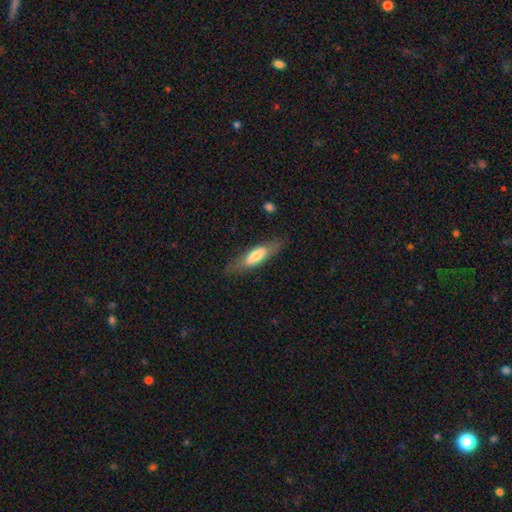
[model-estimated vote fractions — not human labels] Smooth or featured? Predicted: smooth (p=0.61). How rounded? Predicted: cigar-shaped (p=0.55). Merging? Predicted: none (p=0.76).